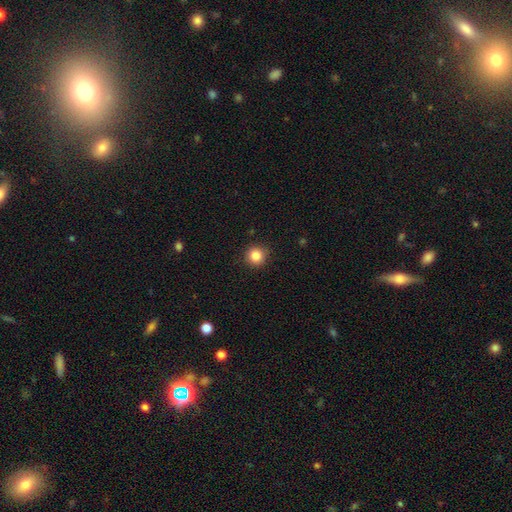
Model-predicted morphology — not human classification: smooth 85%, star or artifact 11%, featured or disk 5%. Down the decision tree: how rounded — round (95%); merging — none (91%).